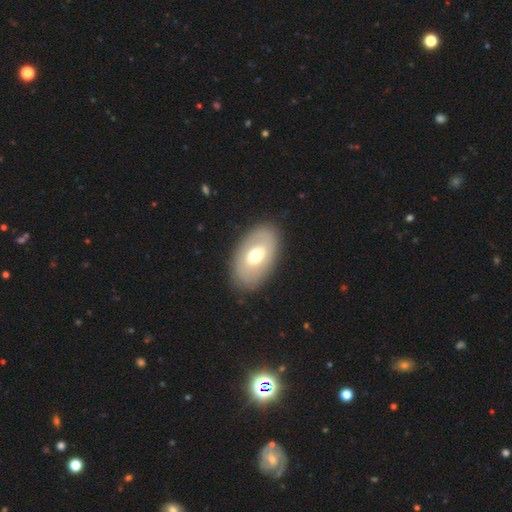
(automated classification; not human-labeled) smooth_or_featured: smooth (p=0.53) [alt: featured or disk p=0.41]
how_rounded: in between (p=0.90) [alt: round p=0.08]
merging: none (p=0.86) [alt: minor disturbance p=0.09]